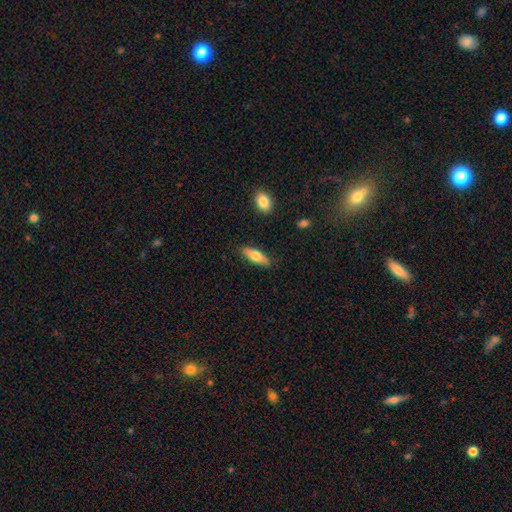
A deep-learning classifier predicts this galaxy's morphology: smooth 71%, featured or disk 23%, star or artifact 6%. Down the decision tree: how rounded — in between (58%); merging — none (84%).